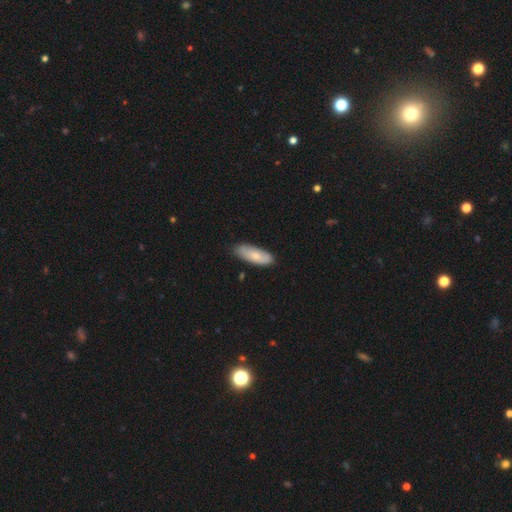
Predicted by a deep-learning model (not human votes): Q: Smooth or featured?
A: smooth (72%); runner-up: featured or disk (22%)
Q: How rounded?
A: in between (75%); runner-up: cigar-shaped (23%)
Q: Merging?
A: none (78%); runner-up: minor disturbance (18%)